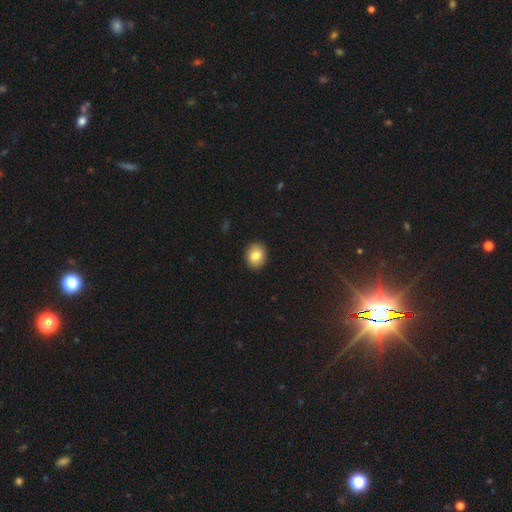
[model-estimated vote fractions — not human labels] Smooth or featured: smooth — 82% (featured or disk — 10%)
How rounded: round — 60% (in between — 39%)
Merging: none — 91% (minor disturbance — 6%)